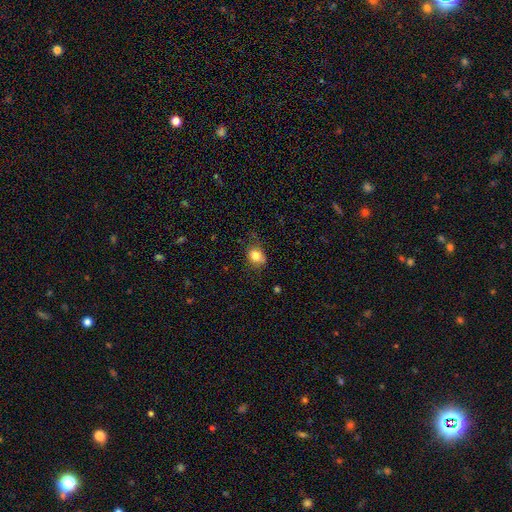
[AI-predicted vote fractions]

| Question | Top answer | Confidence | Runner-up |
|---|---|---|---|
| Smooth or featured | smooth | 82% | star or artifact (10%) |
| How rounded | in between | 50% | round (49%) |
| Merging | none | 69% | minor disturbance (24%) |